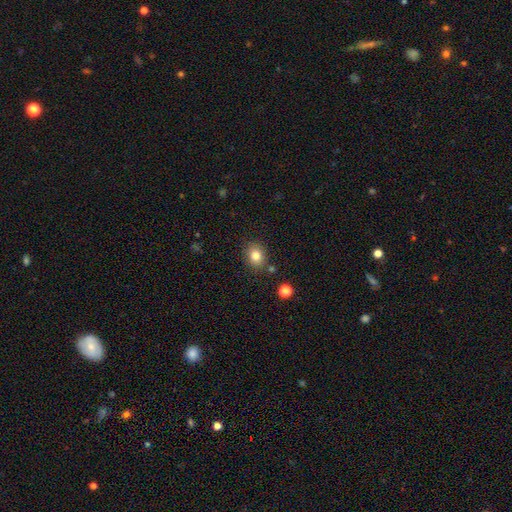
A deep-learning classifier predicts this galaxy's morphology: Smooth or featured? Predicted: smooth (p=0.82). How rounded? Predicted: round (p=0.55). Merging? Predicted: none (p=0.83).